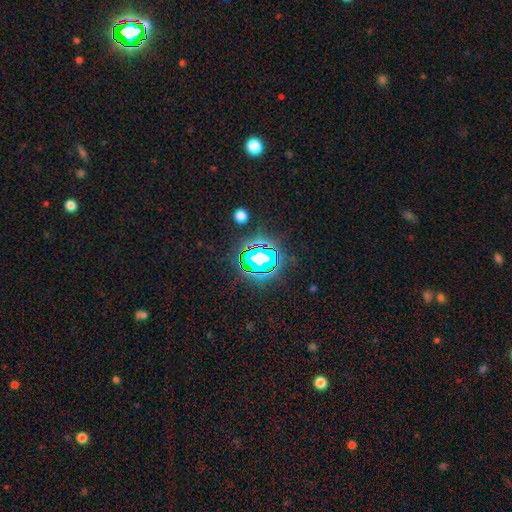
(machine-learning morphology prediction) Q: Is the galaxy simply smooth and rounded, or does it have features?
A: star or artifact — 72%.